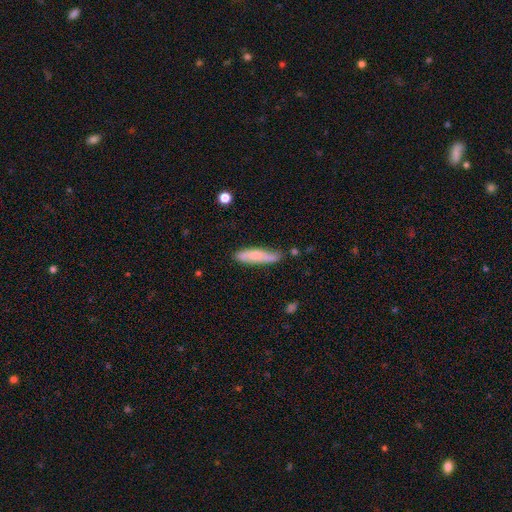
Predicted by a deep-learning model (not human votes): Smooth or featured? smooth (66%)
How rounded? cigar-shaped (78%)
Merging? none (71%)